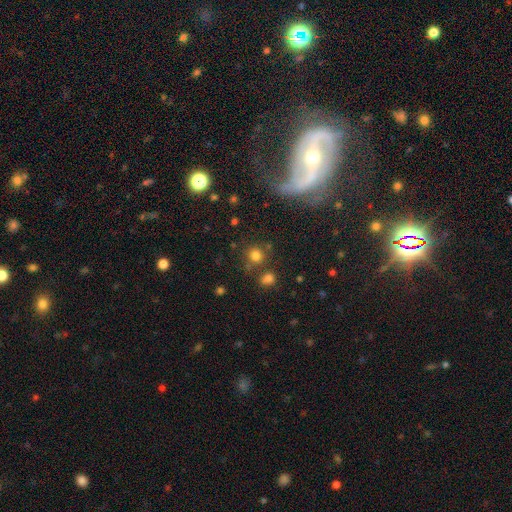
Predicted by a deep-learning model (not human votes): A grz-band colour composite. It shows a smooth galaxy with no disk features (77%) that is round (89%). Merging: none (74%).